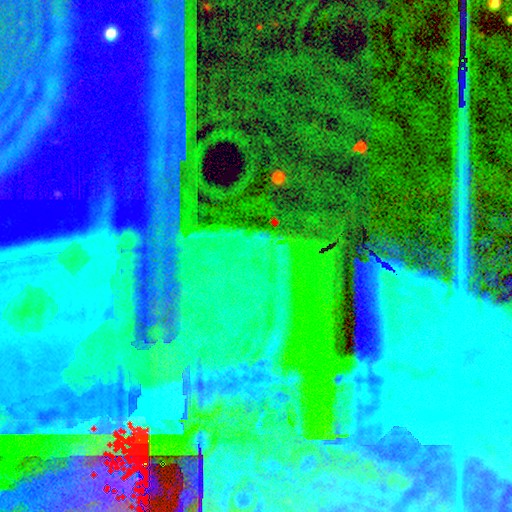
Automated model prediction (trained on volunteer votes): This appears to be a star or artifact, not a galaxy (84%).